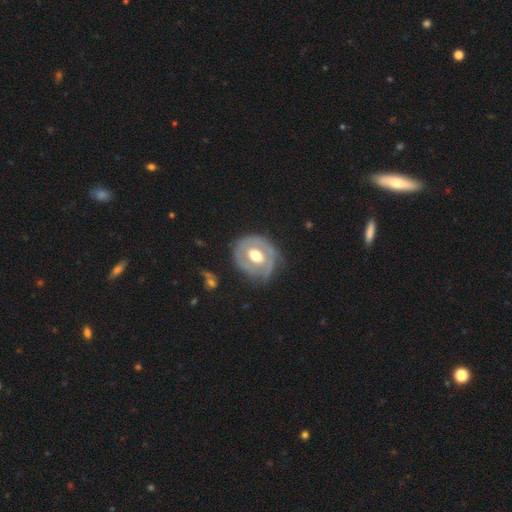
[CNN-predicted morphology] This is likely a featured or disk galaxy (64%). It is clearly not viewed edge-on (95%). Bar: possibly no (59%). Spiral arm pattern: possibly no (58%). Central bulge: likely moderate (64%). Merging: likely none (63%).